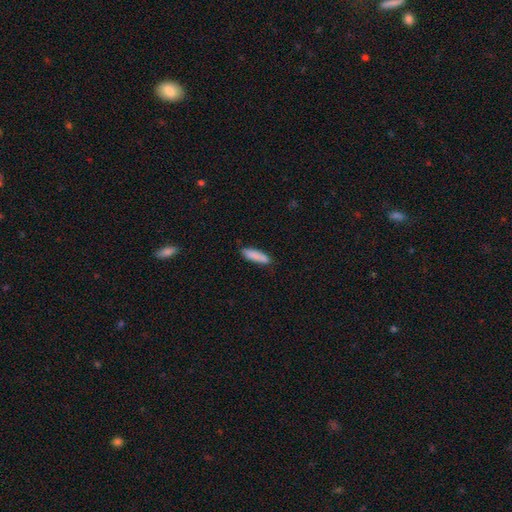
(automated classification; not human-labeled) smooth-or-featured: smooth: 87% | featured or disk: 7% | star or artifact: 6%
  how-rounded: cigar-shaped: 65% | in between: 34% | round: 1%
  merging: none: 82% | minor disturbance: 14% | major disturbance: 2% | merger: 2%